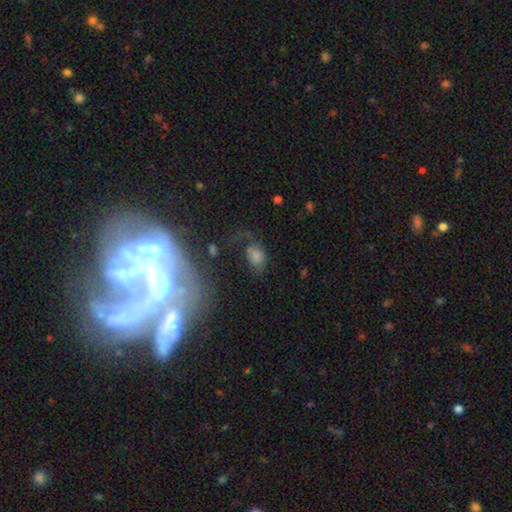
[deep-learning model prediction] Smooth or featured: smooth — 65% (featured or disk — 22%)
How rounded: in between — 79% (round — 19%)
Merging: none — 35% (major disturbance — 34%)